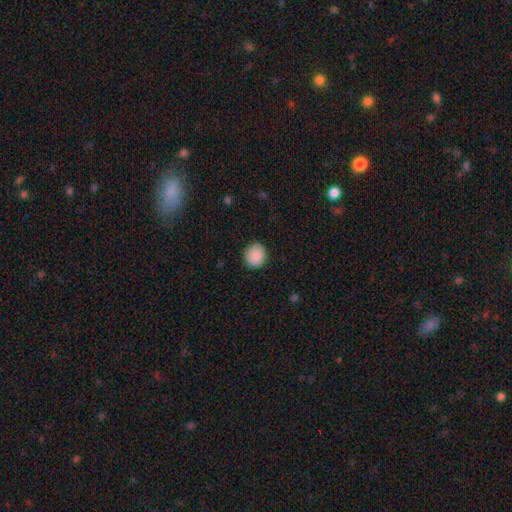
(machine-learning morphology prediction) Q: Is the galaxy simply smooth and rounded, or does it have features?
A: smooth — 89%.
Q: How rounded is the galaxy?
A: round — 80%.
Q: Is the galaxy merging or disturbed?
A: none — 89%.